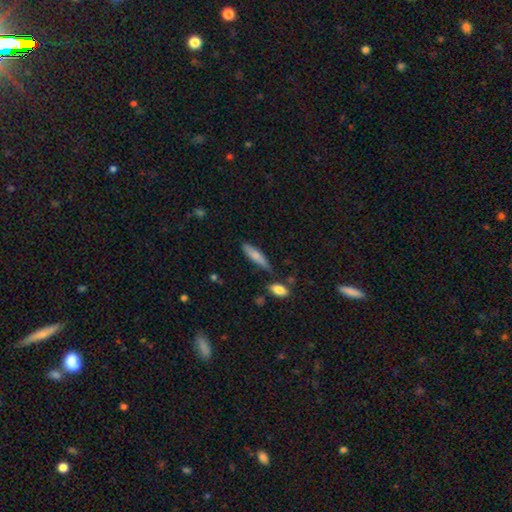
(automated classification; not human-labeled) Q: Smooth or featured?
A: smooth (76%); runner-up: featured or disk (18%)
Q: How rounded?
A: cigar-shaped (69%); runner-up: in between (29%)
Q: Merging?
A: none (68%); runner-up: minor disturbance (21%)